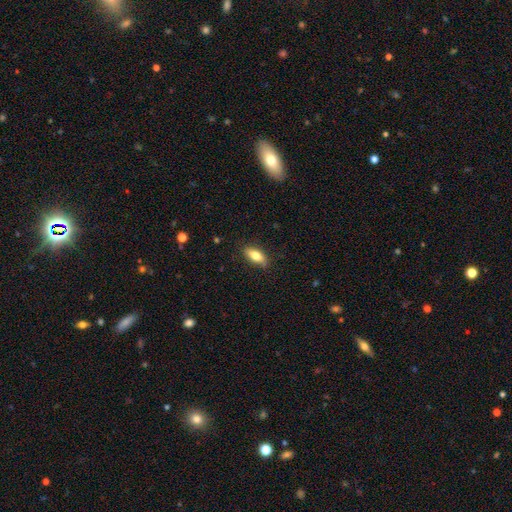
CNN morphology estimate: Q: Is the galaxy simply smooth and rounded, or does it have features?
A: smooth — 76%.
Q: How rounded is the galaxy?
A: in between — 77%.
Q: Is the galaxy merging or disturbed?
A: none — 83%.